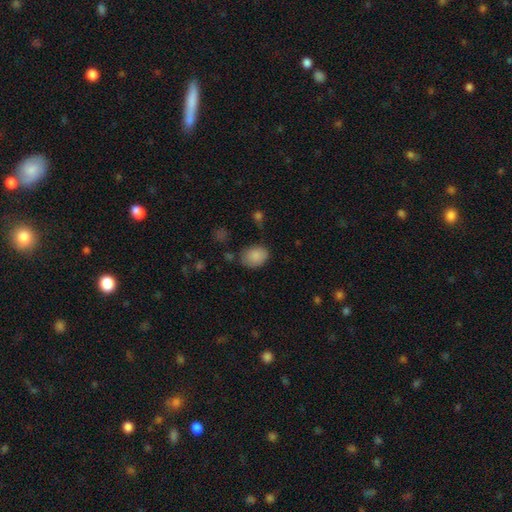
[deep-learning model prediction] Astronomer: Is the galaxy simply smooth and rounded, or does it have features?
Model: smooth — 86%.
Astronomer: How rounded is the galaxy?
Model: in between — 64%.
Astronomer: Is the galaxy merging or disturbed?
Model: none — 69%.